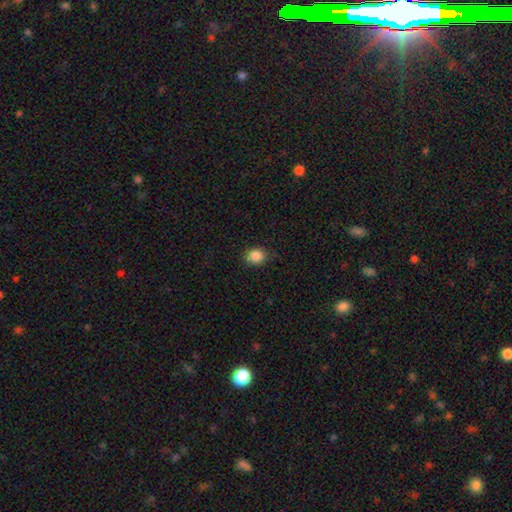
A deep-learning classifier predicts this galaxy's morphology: type=smooth (86%); roundness=round (60%); merging=none (83%).